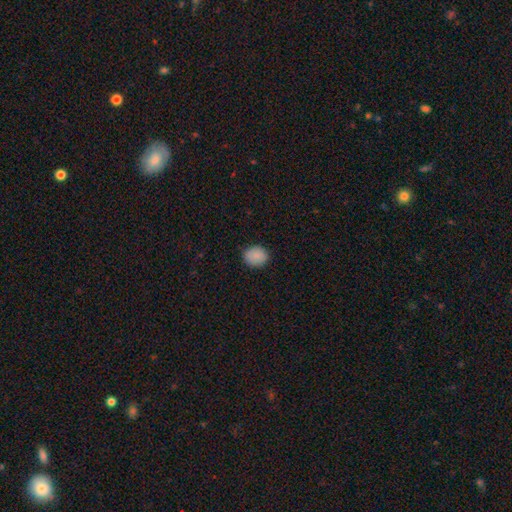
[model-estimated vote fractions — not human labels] smooth_or_featured: smooth (p=0.87) [alt: star or artifact p=0.09]
how_rounded: round (p=0.71) [alt: in between p=0.28]
merging: none (p=0.87) [alt: minor disturbance p=0.10]